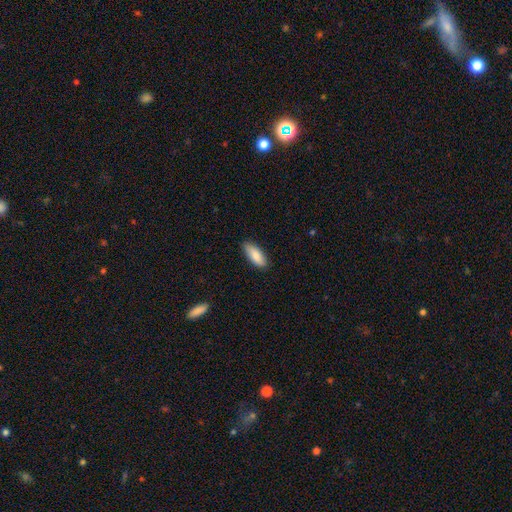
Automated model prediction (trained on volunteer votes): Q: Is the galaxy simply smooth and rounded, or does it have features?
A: smooth — 86%.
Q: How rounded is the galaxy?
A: in between — 79%.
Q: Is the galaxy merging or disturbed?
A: none — 86%.